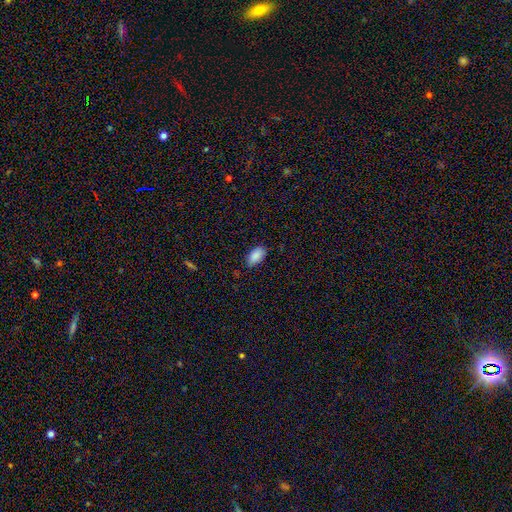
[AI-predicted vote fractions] This is clearly a smooth galaxy (88%). How rounded: clearly in between (94%). Merging: likely none (79%).